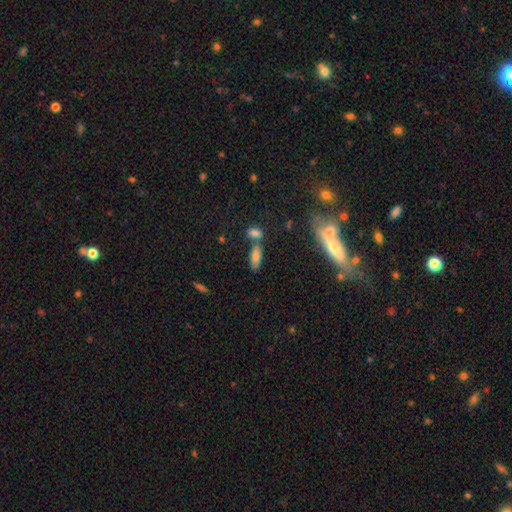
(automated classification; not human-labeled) A smooth galaxy with no disk features (70%) that is in between round and cigar-shaped (62%). Merging: none (54%).